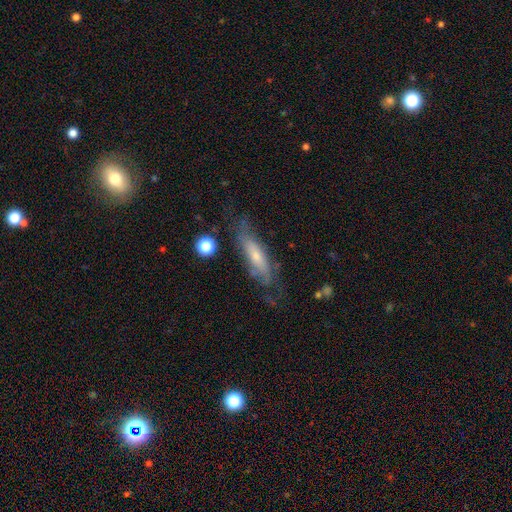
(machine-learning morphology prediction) featured or disk 61%, smooth 30%, star or artifact 8%. Down the decision tree: edge-on disk — no (60%); merging — none (60%).